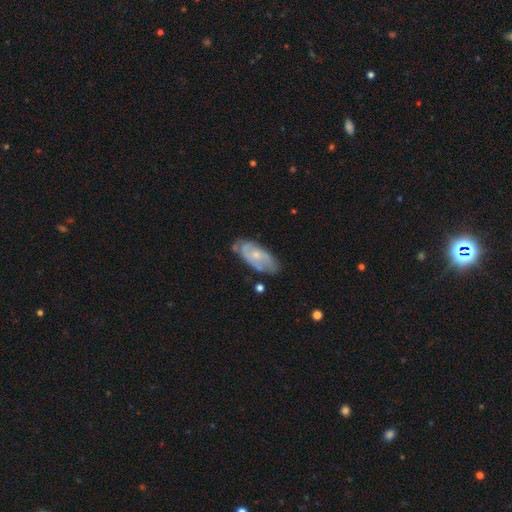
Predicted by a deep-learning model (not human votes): This appears to be a featured or disk galaxy (65%) with no bar (76%), spiral arms (76%) and a small central bulge (67%). Merging: none (62%).